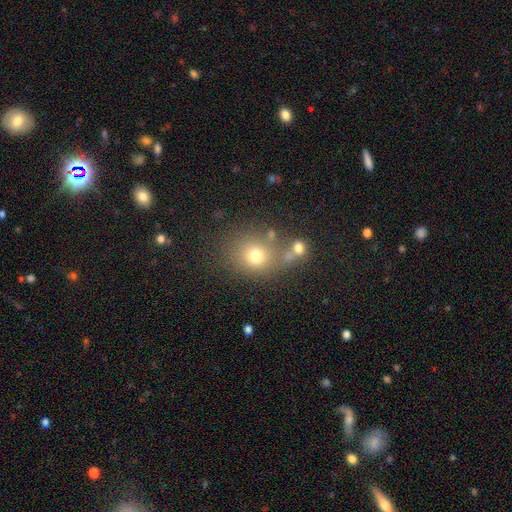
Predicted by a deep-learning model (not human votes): A smooth galaxy with no disk features (72%) that is round (76%).

Vote fractions:
- Smooth or featured? smooth: 72% / star or artifact: 16% / featured or disk: 12%
- How rounded? round: 76% / in between: 23% / cigar-shaped: 1%
- Merging? none: 61% / merger: 18% / minor disturbance: 13% / major disturbance: 8%